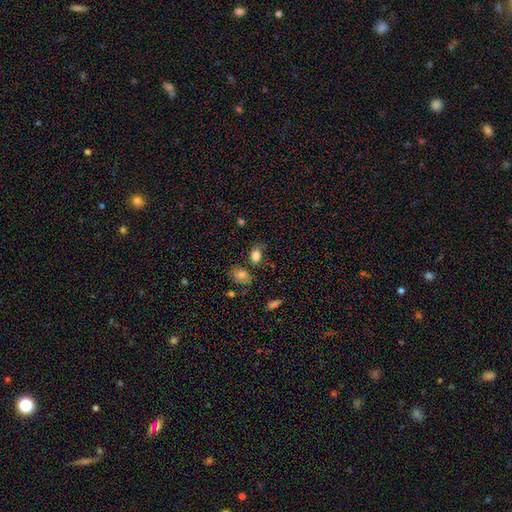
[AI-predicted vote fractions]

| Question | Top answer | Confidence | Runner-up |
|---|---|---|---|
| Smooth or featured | smooth | 82% | star or artifact (10%) |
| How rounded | in between | 73% | round (25%) |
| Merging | none | 57% | minor disturbance (24%) |